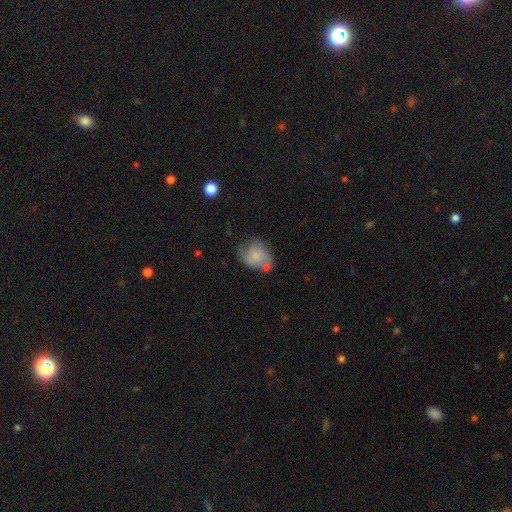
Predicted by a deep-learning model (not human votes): Smooth or featured? Predicted: featured or disk (p=0.46, tied with smooth). Merging? Predicted: none (p=0.45).